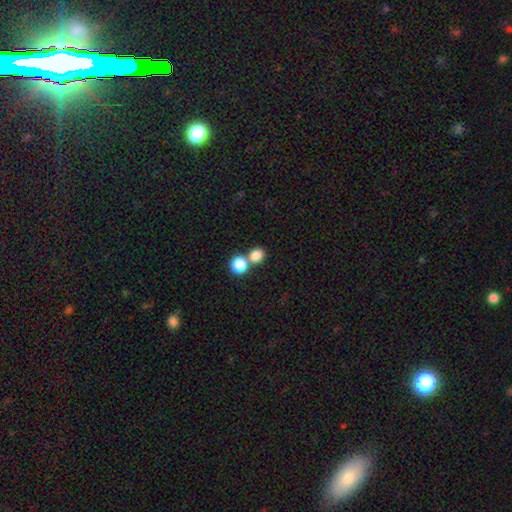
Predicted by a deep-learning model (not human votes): Overall: smooth (82%). How rounded: round (75%). Merging: none (51%; merger 40%).